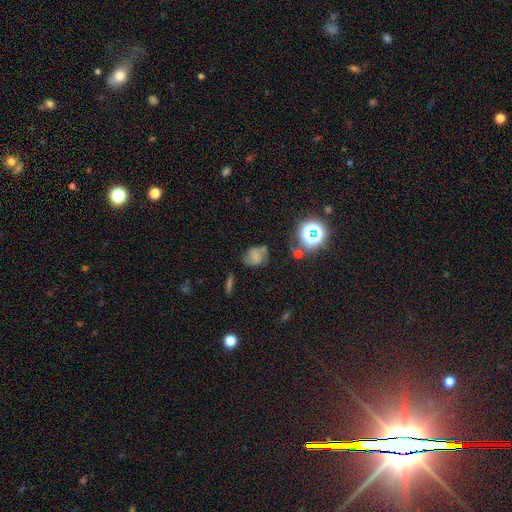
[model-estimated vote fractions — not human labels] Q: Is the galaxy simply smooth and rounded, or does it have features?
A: smooth — 49%.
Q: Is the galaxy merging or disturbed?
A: none — 56%.